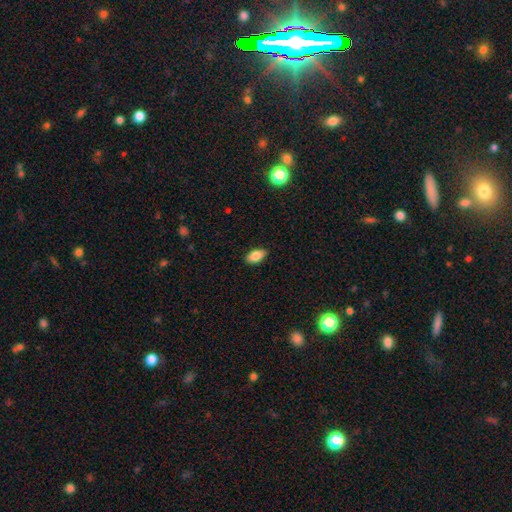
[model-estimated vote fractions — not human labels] Smooth or featured? Predicted: smooth (p=0.84). How rounded? Predicted: in between (p=0.92). Merging? Predicted: none (p=0.87).